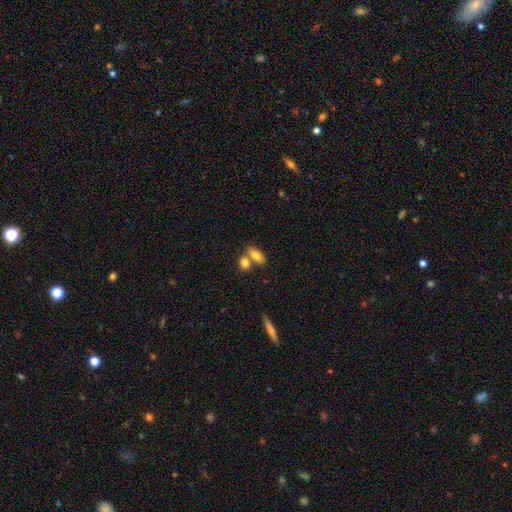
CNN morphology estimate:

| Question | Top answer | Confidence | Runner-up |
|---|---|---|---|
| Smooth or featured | smooth | 79% | featured or disk (13%) |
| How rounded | in between | 82% | cigar-shaped (11%) |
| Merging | none | 47% | merger (39%) |